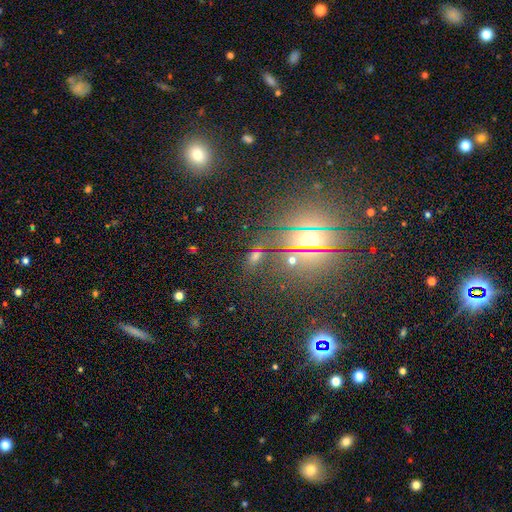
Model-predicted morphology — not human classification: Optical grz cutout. It shows a star or artifact, not a galaxy (52%).